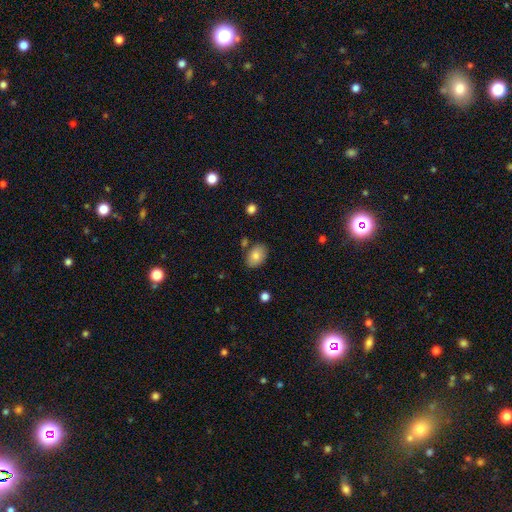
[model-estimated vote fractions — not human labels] smooth_or_featured: smooth (p=0.81) [alt: featured or disk p=0.11]
how_rounded: in between (p=0.83) [alt: round p=0.16]
merging: none (p=0.79) [alt: minor disturbance p=0.13]